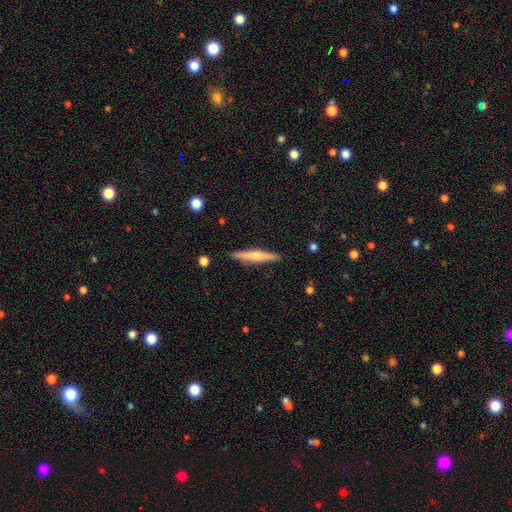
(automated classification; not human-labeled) Smooth or featured? featured or disk (49%)
Merging? none (91%)